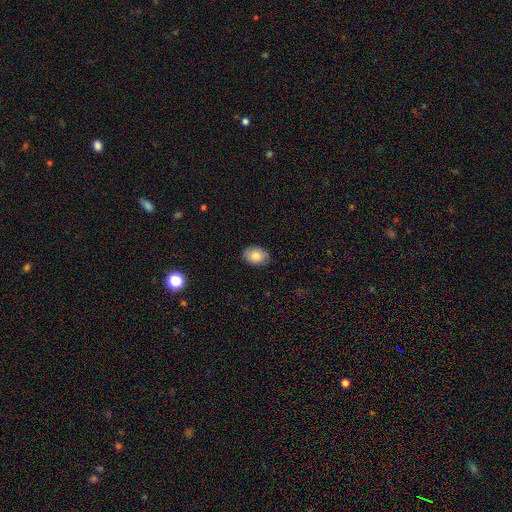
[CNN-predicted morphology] smooth 82%, featured or disk 10%, star or artifact 8%. Down the decision tree: how rounded — in between (72%); merging — none (83%).